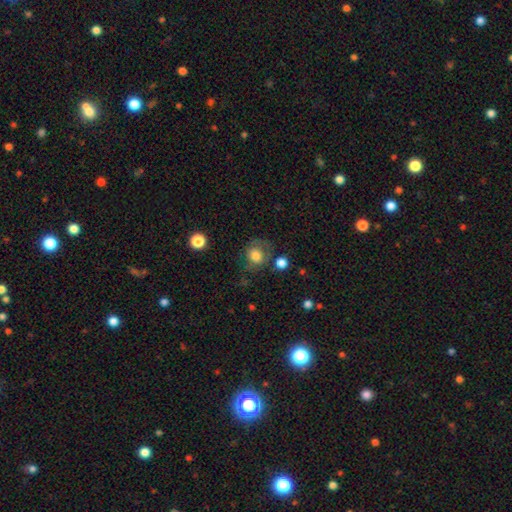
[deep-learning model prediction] Smooth or featured? smooth (76%)
How rounded? round (78%)
Merging? none (61%)